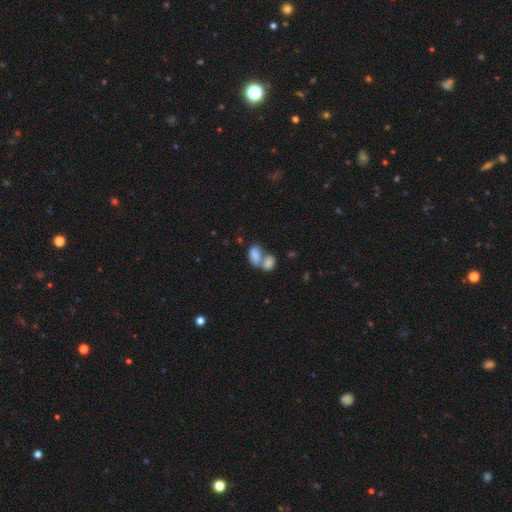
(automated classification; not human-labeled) Morphology: type=smooth (80%); roundness=in between (91%); merging=merger (70%).